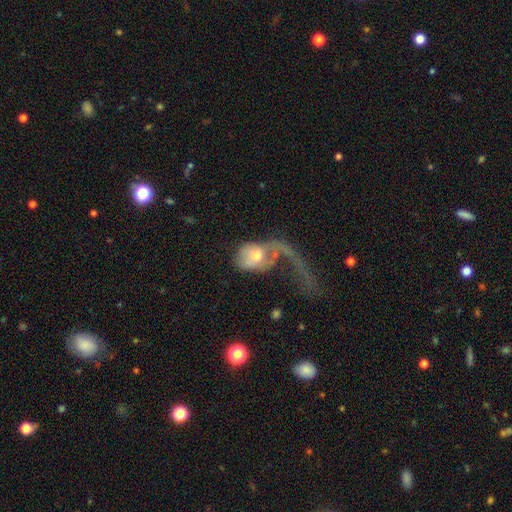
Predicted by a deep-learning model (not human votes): A featured or disk galaxy (50%). Merging: major disturbance (70%).